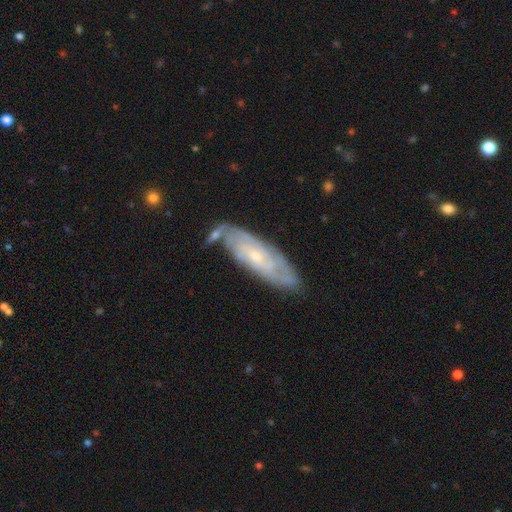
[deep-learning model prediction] Smooth or featured? Predicted: featured or disk (p=0.74). Edge-on disk? Predicted: no (p=0.84). Bar? Predicted: no (p=0.68). Spiral arms? Predicted: yes (p=0.90). Spiral winding? Predicted: tight (p=0.68). Spiral arm count? Predicted: can't tell (p=0.50). Bulge size? Predicted: small (p=0.74). Merging? Predicted: none (p=0.69).